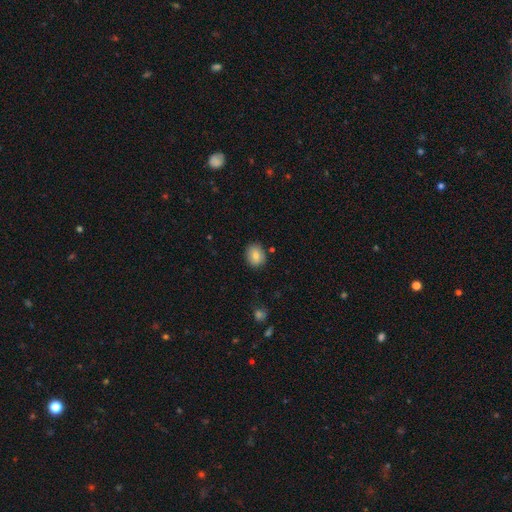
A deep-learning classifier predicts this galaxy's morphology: Overall: smooth (79%). How rounded: round (60%; in between 39%). Merging: none (84%).